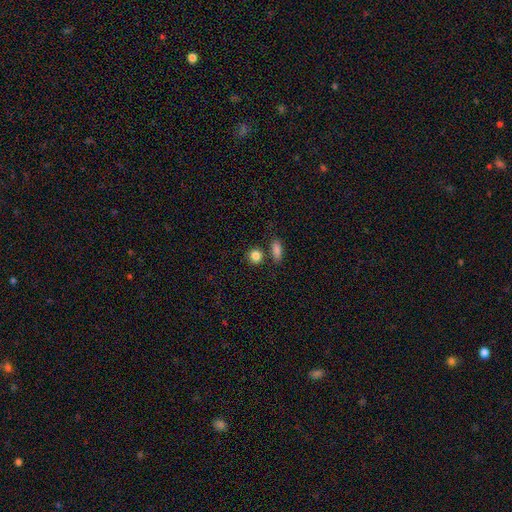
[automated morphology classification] This appears to be a smooth galaxy with no disk features (85%) that is round (78%). Merging: none (73%).